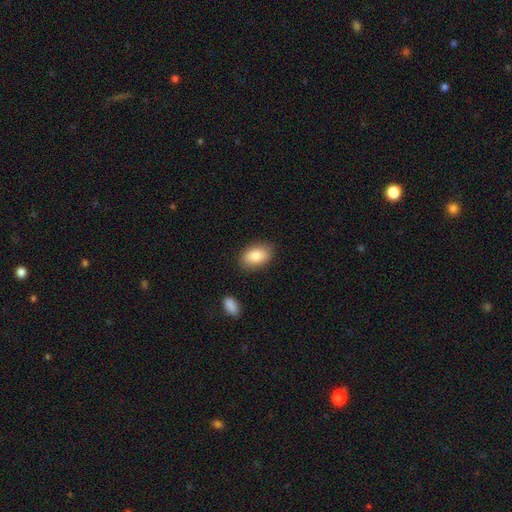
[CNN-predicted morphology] Smooth or featured?
  - smooth: 85% *
  - featured or disk: 8%
  - star or artifact: 7%
How rounded?
  - in between: 90% *
  - round: 8%
  - cigar-shaped: 2%
Merging?
  - none: 83% *
  - minor disturbance: 12%
  - major disturbance: 3%
  - merger: 2%